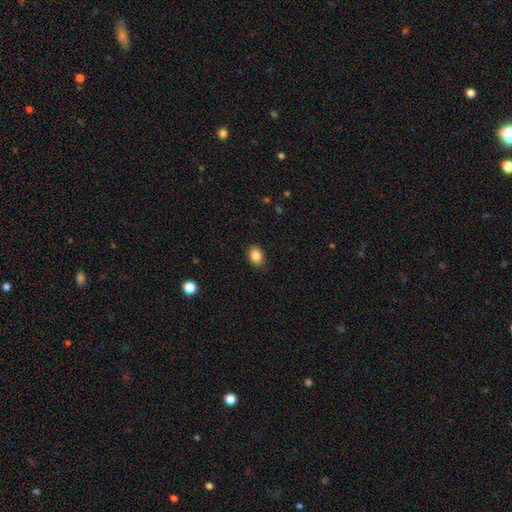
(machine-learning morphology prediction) Smooth or featured: smooth — 87% (star or artifact — 9%)
How rounded: in between — 70% (round — 29%)
Merging: none — 86% (minor disturbance — 11%)